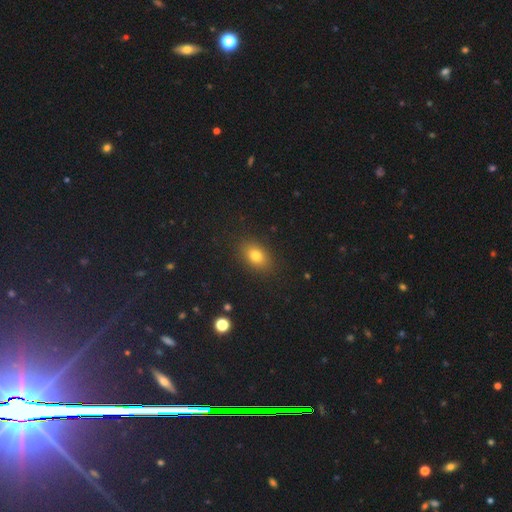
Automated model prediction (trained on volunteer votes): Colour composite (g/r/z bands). It shows a smooth galaxy with no disk features (78%) that is in between round and cigar-shaped (78%). Merging: none (87%).